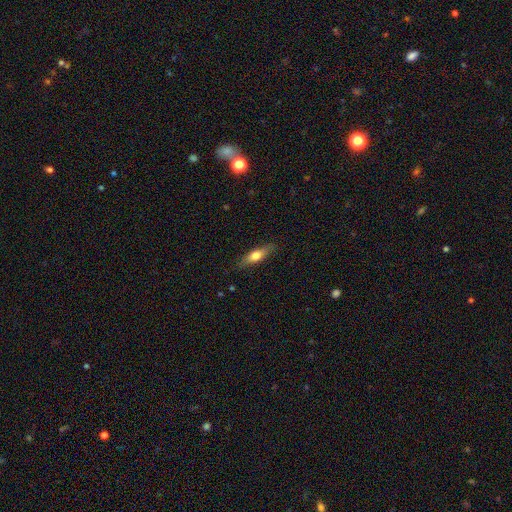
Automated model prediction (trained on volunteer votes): smooth 54%, featured or disk 40%, star or artifact 6%. Down the decision tree: how rounded — cigar-shaped (64%); merging — none (84%).